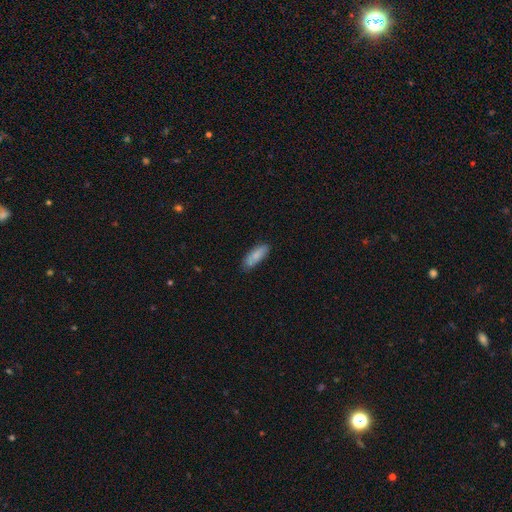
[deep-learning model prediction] This appears to be a smooth galaxy with no disk features (85%) that is in between round and cigar-shaped (64%). Merging: none (83%).